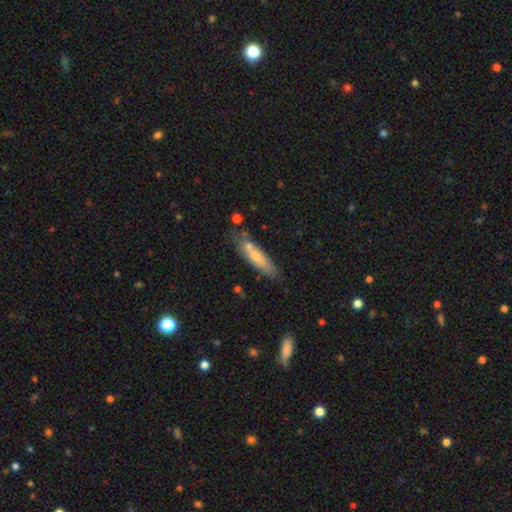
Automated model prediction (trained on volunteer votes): The model was most divided on "smooth or featured": smooth: 65%, featured or disk: 28%, star or artifact: 6%. More confident: how rounded — cigar-shaped (74%); merging — none (70%).